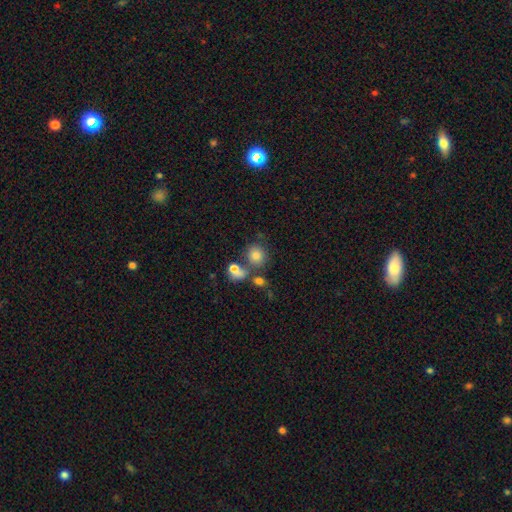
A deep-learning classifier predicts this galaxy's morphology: This appears to be a smooth galaxy with no disk features (78%) that is round (76%). Merging: none (57%).